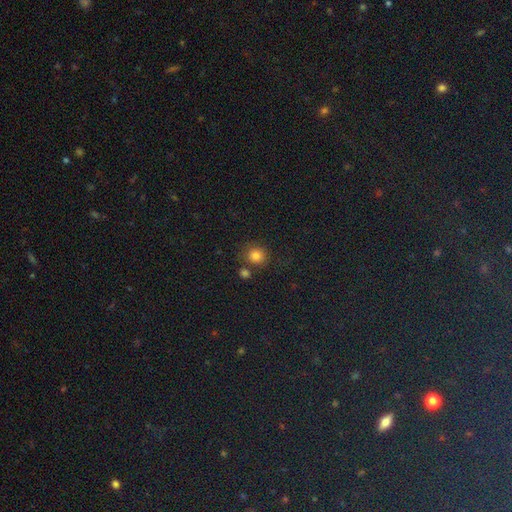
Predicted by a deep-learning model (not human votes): smooth 81%, star or artifact 13%, featured or disk 6%. Down the decision tree: how rounded — round (87%); merging — none (70%).